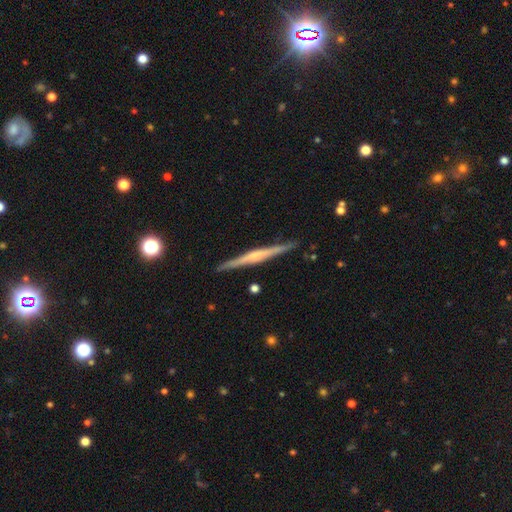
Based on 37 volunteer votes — Q: Smooth or featured?
A: featured or disk (86%); runner-up: smooth (8%)
Q: Edge-on disk?
A: yes (100%)
Q: Edge-on bulge?
A: rounded (72%); runner-up: boxy (19%)
Q: Merging?
A: none (94%); runner-up: minor disturbance (3%)